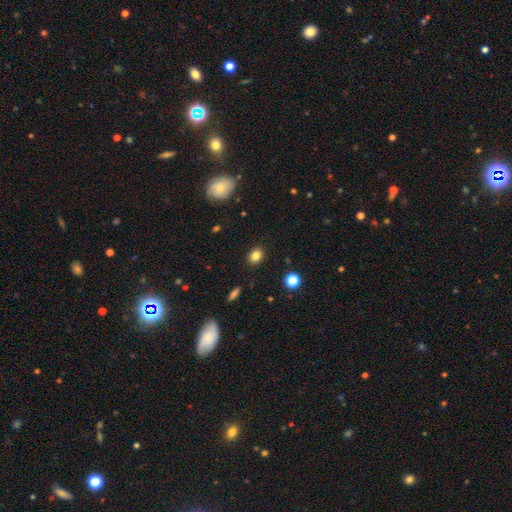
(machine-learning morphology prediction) Smooth or featured? Predicted: smooth (p=0.83). How rounded? Predicted: in between (p=0.55). Merging? Predicted: none (p=0.88).